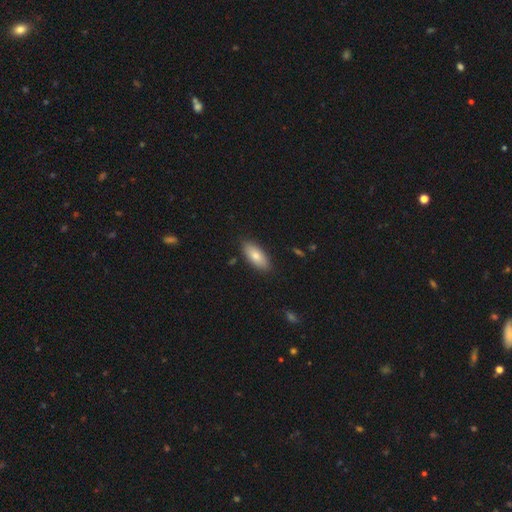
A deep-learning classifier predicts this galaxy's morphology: Overall: smooth (79%). How rounded: in between (85%). Merging: none (86%).